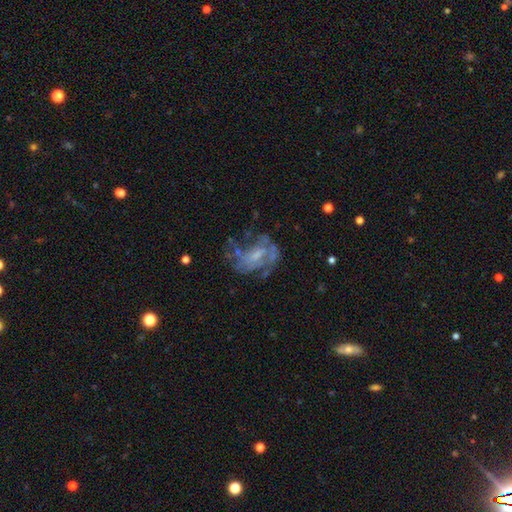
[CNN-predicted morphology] featured or disk 68%, smooth 21%, star or artifact 11%. Down the decision tree: edge-on disk — no (97%); bar — no (56%); spiral arms — no (52%); bulge size — small (37%); merging — none (45%).